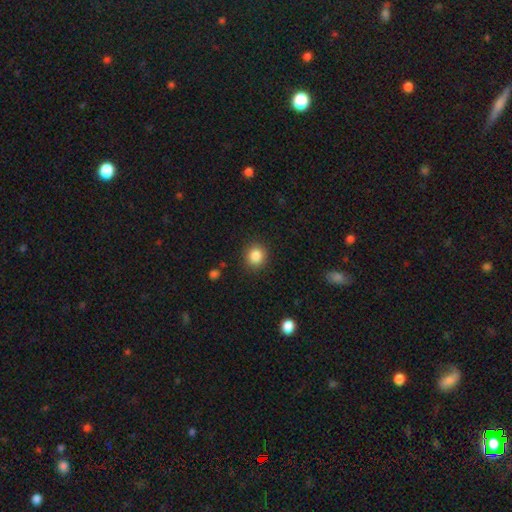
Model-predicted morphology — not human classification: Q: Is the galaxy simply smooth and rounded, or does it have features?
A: smooth — 85%.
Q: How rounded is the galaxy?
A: round — 88%.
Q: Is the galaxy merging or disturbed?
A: none — 90%.